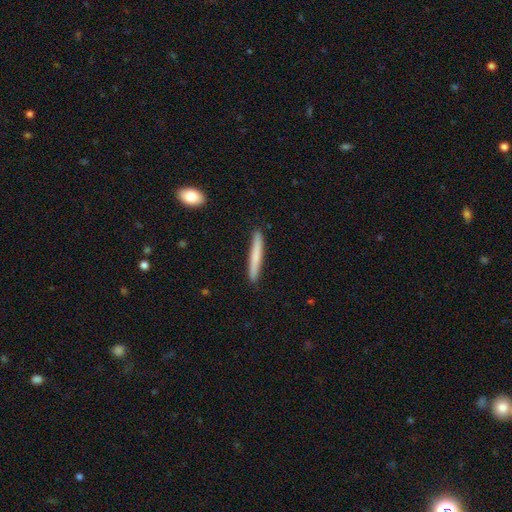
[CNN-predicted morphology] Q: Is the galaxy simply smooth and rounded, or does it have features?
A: smooth — 70%.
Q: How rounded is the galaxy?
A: cigar-shaped — 96%.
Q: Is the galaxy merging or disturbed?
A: none — 91%.